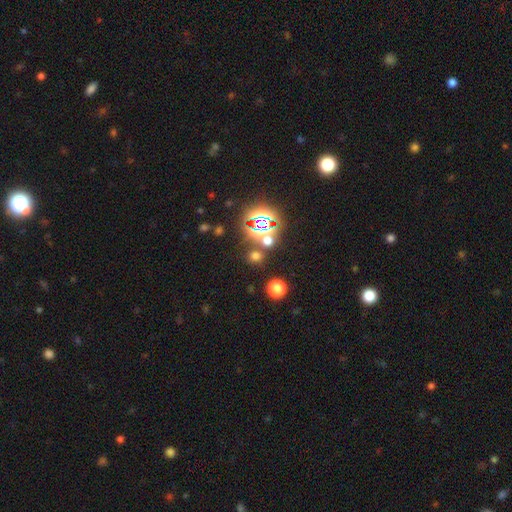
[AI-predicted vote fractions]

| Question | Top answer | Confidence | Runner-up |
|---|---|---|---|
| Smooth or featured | smooth | 51% | star or artifact (42%) |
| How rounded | round | 80% | in between (19%) |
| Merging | none | 77% | merger (12%) |